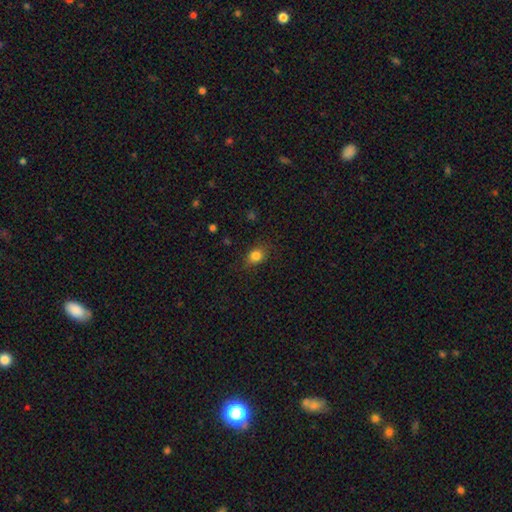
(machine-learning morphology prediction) A smooth galaxy with no disk features (83%) that is round (54%). Merging: none (80%).